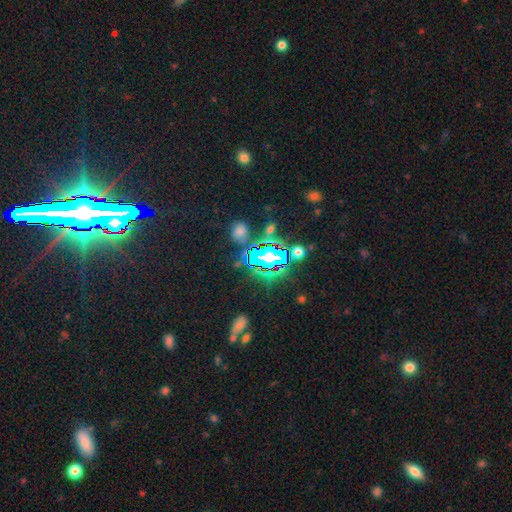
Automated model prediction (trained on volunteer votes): Overall: star or artifact (59%; smooth 28%).